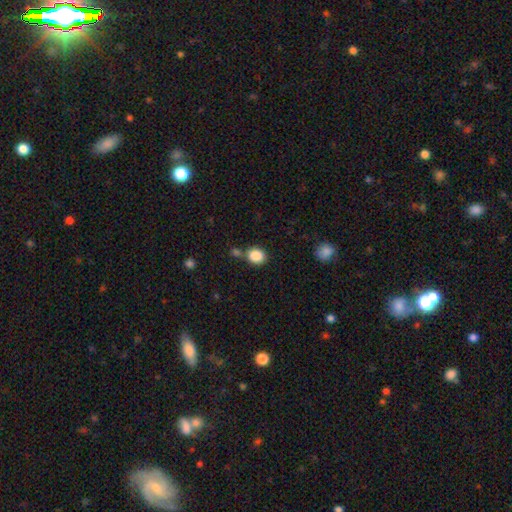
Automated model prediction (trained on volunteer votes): This is clearly a smooth galaxy (87%). How rounded: likely round (63%). Merging: likely none (67%).